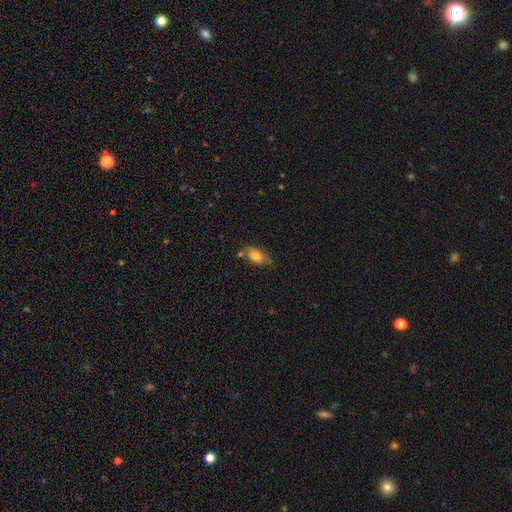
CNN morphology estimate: smooth_or_featured: smooth (p=0.80) [alt: featured or disk p=0.12]
how_rounded: in between (p=0.90) [alt: round p=0.07]
merging: none (p=0.53) [alt: minor disturbance p=0.27]